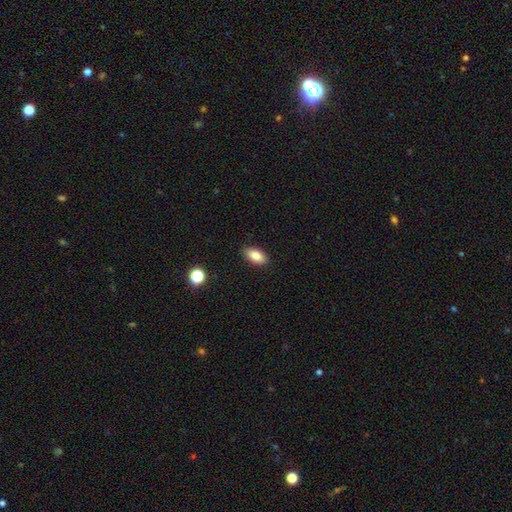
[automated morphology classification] type=smooth (84%); roundness=in between (90%); merging=none (87%).